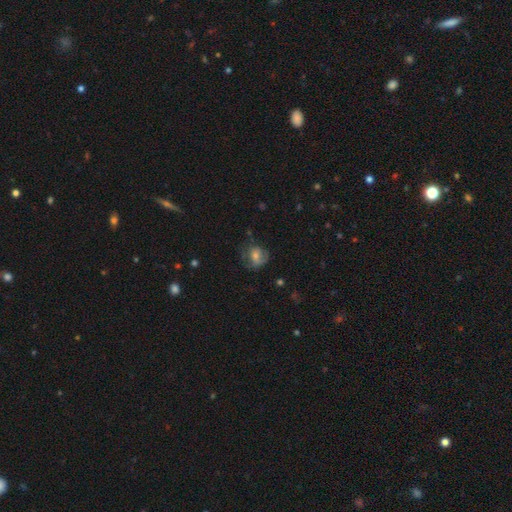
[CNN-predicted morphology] This appears to be a smooth galaxy with no disk features (49%). Merging: none (54%).